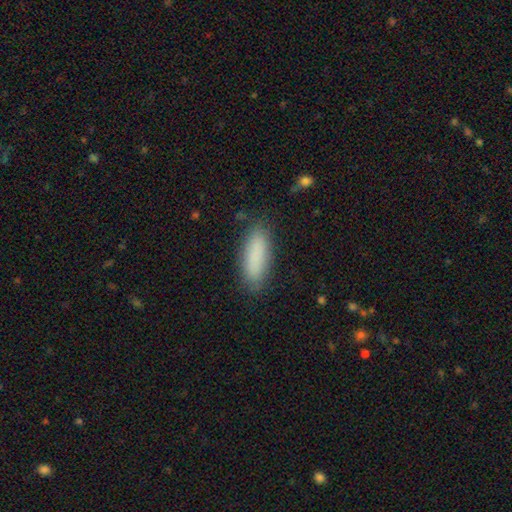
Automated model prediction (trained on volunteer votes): Smooth or featured? Predicted: smooth (p=0.87). How rounded? Predicted: in between (p=0.54). Merging? Predicted: none (p=0.85).